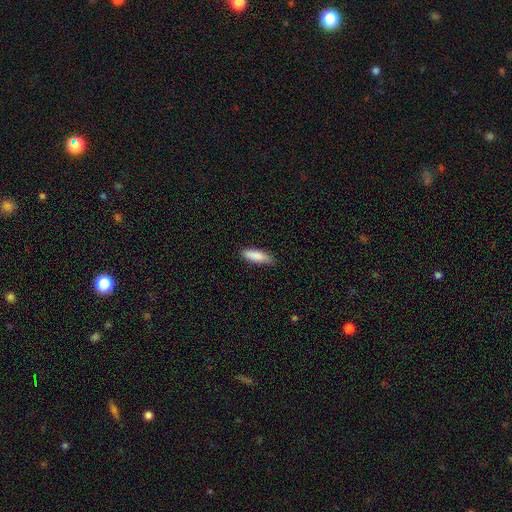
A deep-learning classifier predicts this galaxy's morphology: Smooth or featured? smooth (86%)
How rounded? in between (56%)
Merging? none (71%)